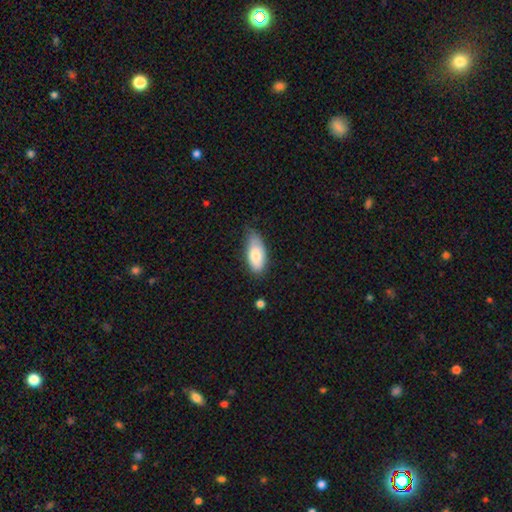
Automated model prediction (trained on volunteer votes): This appears to be a smooth galaxy with no disk features (78%) that is in between round and cigar-shaped (88%). Merging: none (56%).